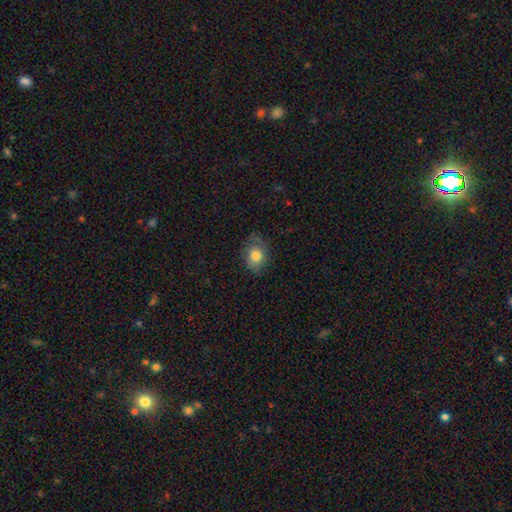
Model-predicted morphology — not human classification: A smooth galaxy with no disk features (75%) that is in between round and cigar-shaped (53%).

Vote fractions:
- Smooth or featured? smooth: 75% / featured or disk: 16% / star or artifact: 9%
- How rounded? in between: 53% / round: 46% / cigar-shaped: 1%
- Merging? none: 68% / minor disturbance: 23% / major disturbance: 9% / merger: 1%